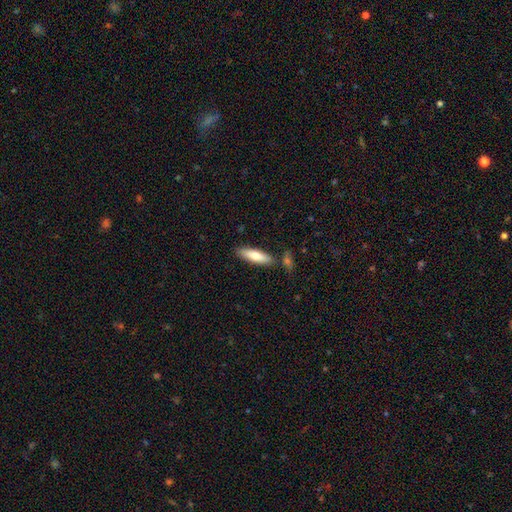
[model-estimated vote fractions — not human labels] A smooth galaxy with no disk features (73%) that is cigar-shaped (60%). Merging: none (83%).